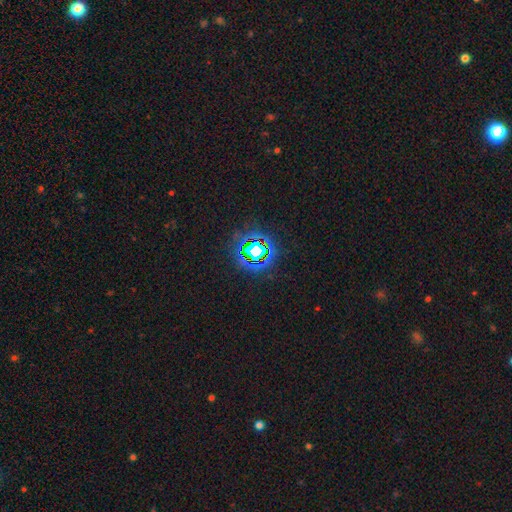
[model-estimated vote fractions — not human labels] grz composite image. It shows a star or artifact, not a galaxy (75%).